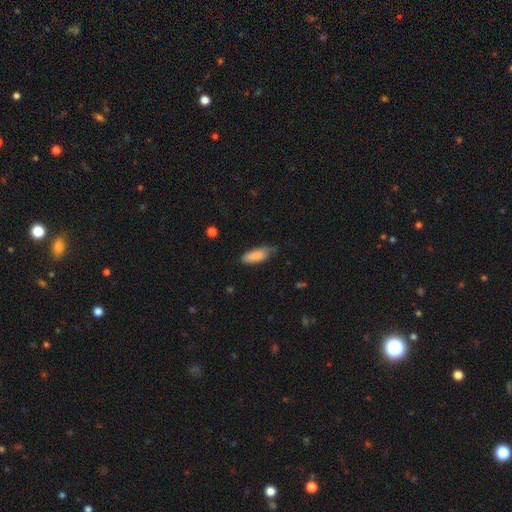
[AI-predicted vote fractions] A smooth galaxy with no disk features (86%) that is in between round and cigar-shaped (74%). Merging: none (60%).